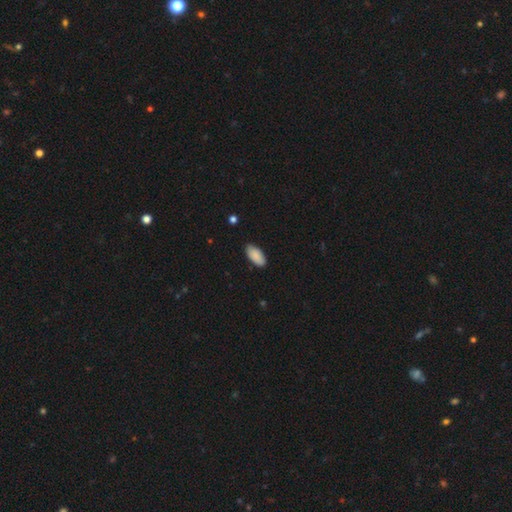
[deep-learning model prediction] Smooth or featured? Predicted: smooth (p=0.89). How rounded? Predicted: in between (p=0.93). Merging? Predicted: none (p=0.86).